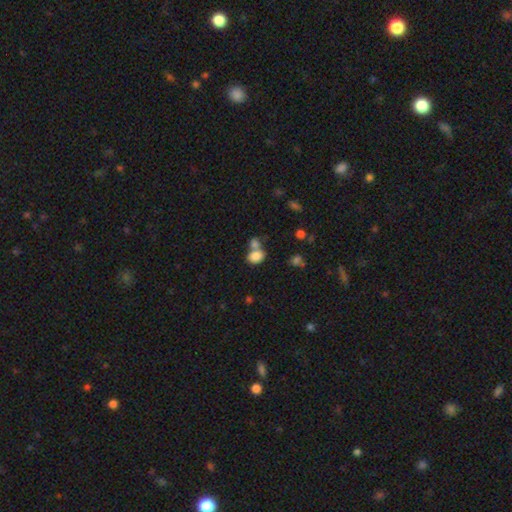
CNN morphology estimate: A smooth galaxy with no disk features (82%) that is in between round and cigar-shaped (66%). Merging: merger (45%).